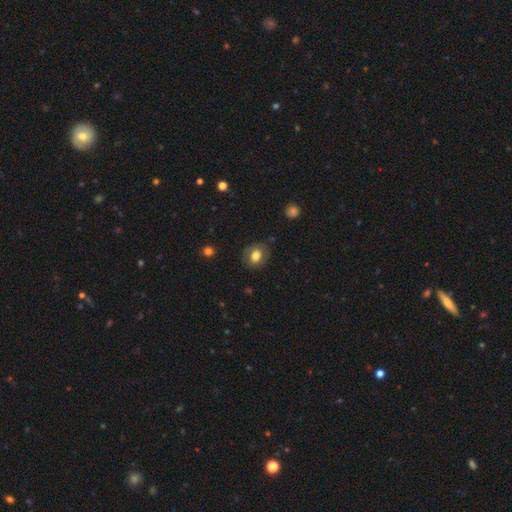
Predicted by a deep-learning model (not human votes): This appears to be a smooth galaxy with no disk features (69%) that is round (54%). Merging: none (80%).